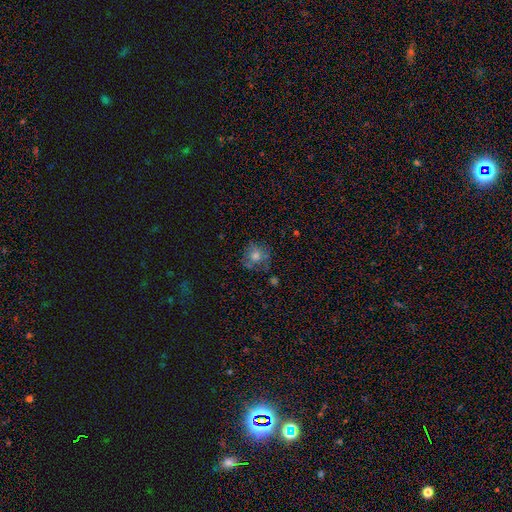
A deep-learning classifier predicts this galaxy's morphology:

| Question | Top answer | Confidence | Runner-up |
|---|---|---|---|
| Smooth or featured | smooth | 53% | featured or disk (28%) |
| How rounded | round | 86% | in between (13%) |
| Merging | none | 70% | minor disturbance (18%) |